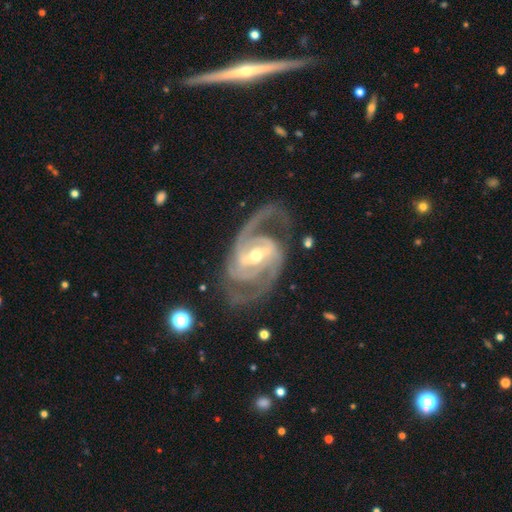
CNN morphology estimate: A featured or disk galaxy (93%) with a strong bar (58%), 2 (63%) medium (56%) spiral arms (98%) and a moderate central bulge (53%).

Vote fractions:
- Smooth or featured? featured or disk: 93% / star or artifact: 4% / smooth: 3%
- Edge-on disk? no: 97% / yes: 3%
- Bar? strong: 58% / weak: 33% / no: 9%
- Spiral arms? yes: 98% / no: 2%
- Spiral winding? medium: 56% / tight: 32% / loose: 13%
- Spiral arm count? 2: 63% / 3: 22% / can't tell: 5% / 4: 4% / 1: 3% / more than 4: 3%
- Bulge size? moderate: 53% / small: 42% / large: 3% / none: 1% / dominant: 1%
- Merging? none: 70% / minor disturbance: 16% / major disturbance: 12% / merger: 2%